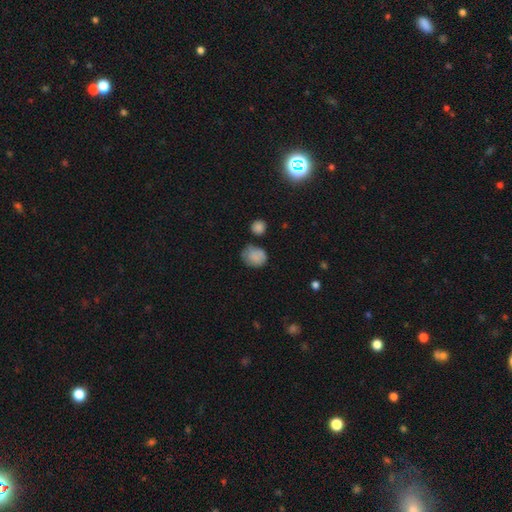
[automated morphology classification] Q: Smooth or featured?
A: smooth (82%); runner-up: star or artifact (9%)
Q: How rounded?
A: round (60%); runner-up: in between (39%)
Q: Merging?
A: none (56%); runner-up: minor disturbance (28%)